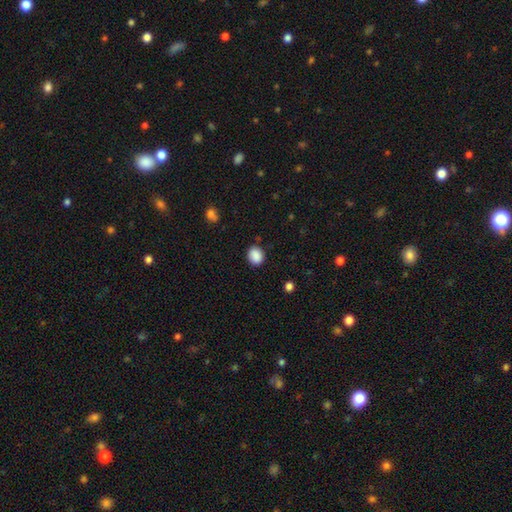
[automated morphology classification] A smooth galaxy with no disk features (88%) that is round (62%).

Vote fractions:
- Smooth or featured? smooth: 88% / star or artifact: 9% / featured or disk: 3%
- How rounded? round: 62% / in between: 38% / cigar-shaped: 1%
- Merging? none: 85% / minor disturbance: 11% / major disturbance: 3% / merger: 2%